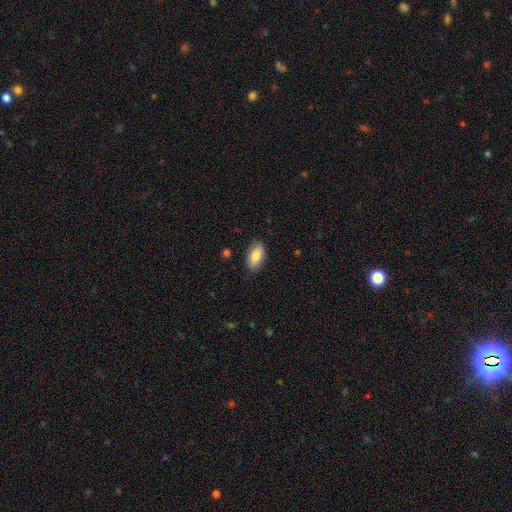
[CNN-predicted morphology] smooth_or_featured: smooth (p=0.83) [alt: featured or disk p=0.10]
how_rounded: in between (p=0.91) [alt: cigar-shaped p=0.06]
merging: none (p=0.84) [alt: minor disturbance p=0.12]